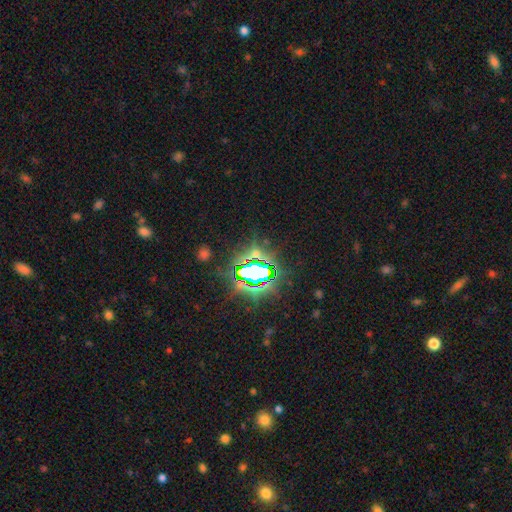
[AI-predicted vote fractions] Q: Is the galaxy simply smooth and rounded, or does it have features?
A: star or artifact — 78%.